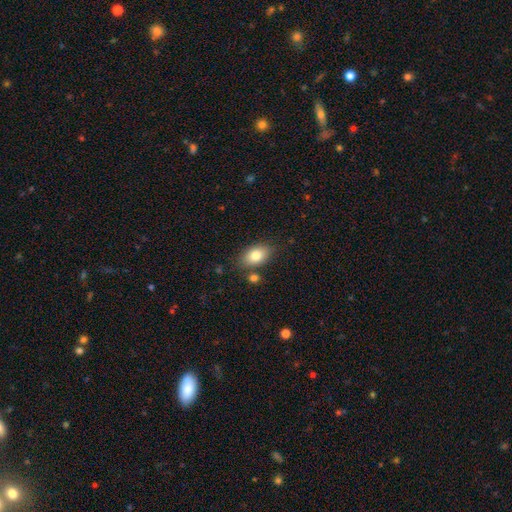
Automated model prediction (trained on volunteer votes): A smooth galaxy with no disk features (81%) that is in between round and cigar-shaped (88%). Merging: none (77%).